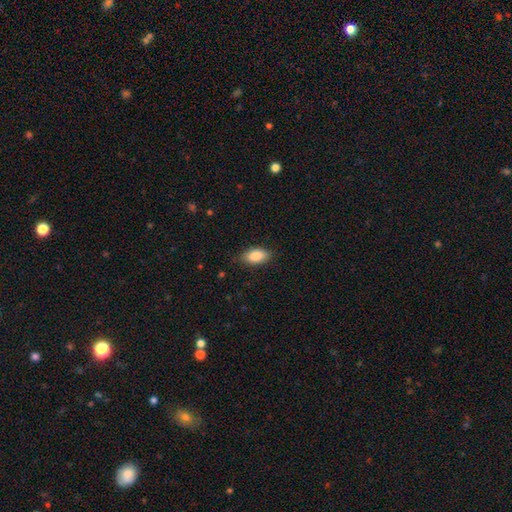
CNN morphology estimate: Overall: smooth (86%). How rounded: in between (91%). Merging: none (82%).